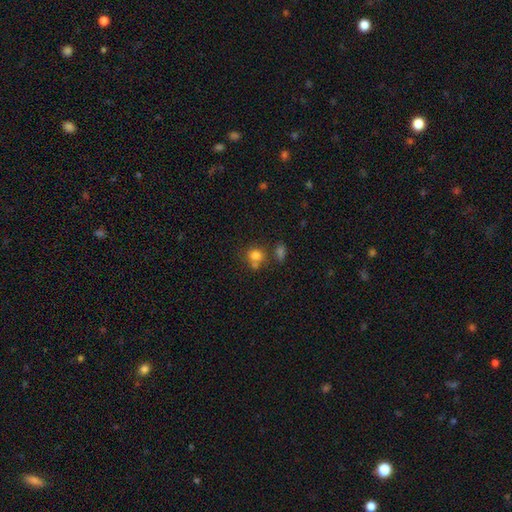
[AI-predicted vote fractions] Overall: smooth (78%). How rounded: round (75%). Merging: none (53%; merger 29%).